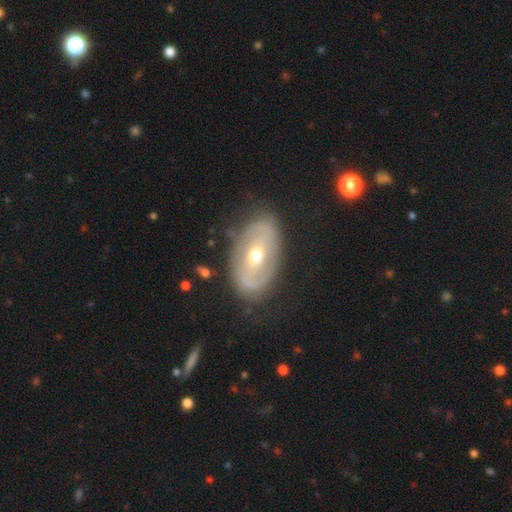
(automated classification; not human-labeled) featured or disk 69%, smooth 25%, star or artifact 7%. Down the decision tree: edge-on disk — no (92%); bar — no (43%); spiral arms — yes (55%); bulge size — moderate (59%); merging — none (74%).